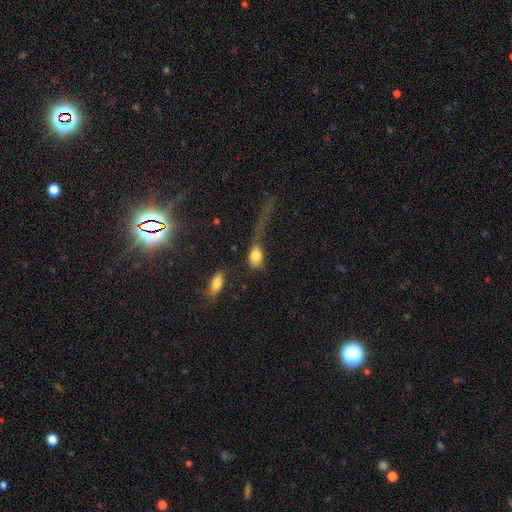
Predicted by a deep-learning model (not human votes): Smooth or featured?
  - smooth: 79% *
  - featured or disk: 12%
  - star or artifact: 9%
How rounded?
  - in between: 82% *
  - round: 13%
  - cigar-shaped: 5%
Merging?
  - major disturbance: 39% *
  - none: 28%
  - minor disturbance: 18%
  - merger: 14%